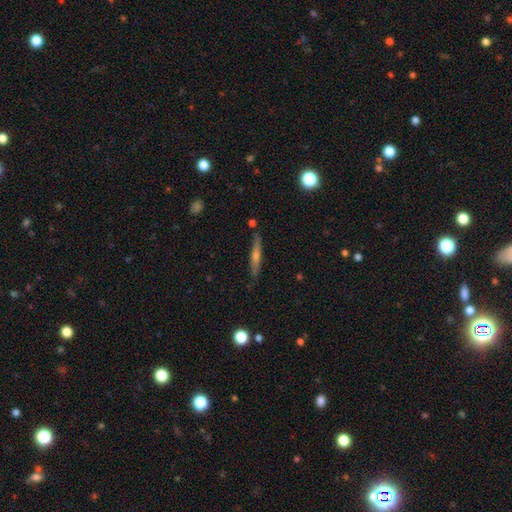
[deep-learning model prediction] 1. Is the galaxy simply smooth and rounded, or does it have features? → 63% featured or disk, 28% smooth, 10% star or artifact.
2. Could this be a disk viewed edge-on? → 95% yes, 5% no.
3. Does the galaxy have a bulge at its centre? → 76% rounded, 18% none, 7% boxy.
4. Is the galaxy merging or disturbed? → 86% none, 10% minor disturbance, 2% merger, 2% major disturbance.